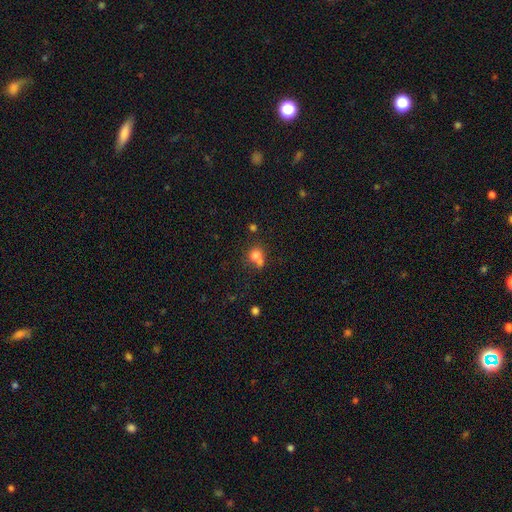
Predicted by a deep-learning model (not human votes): Smooth or featured?
  - smooth: 76% *
  - star or artifact: 13%
  - featured or disk: 11%
How rounded?
  - round: 77% *
  - in between: 22%
  - cigar-shaped: 1%
Merging?
  - none: 41% *
  - merger: 35%
  - minor disturbance: 16%
  - major disturbance: 9%